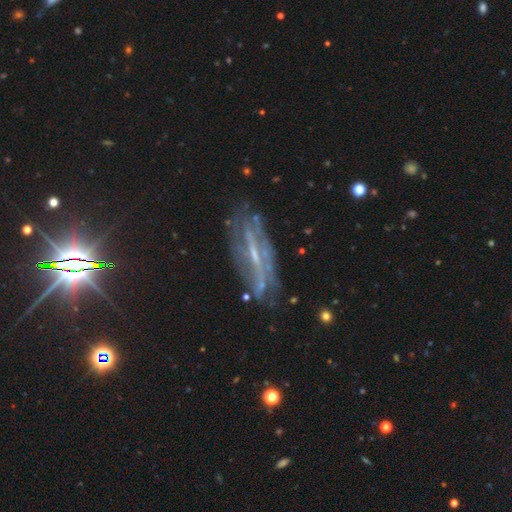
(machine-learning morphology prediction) Smooth or featured? Predicted: featured or disk (p=0.71). Edge-on disk? Predicted: no (p=0.58). Merging? Predicted: none (p=0.66).